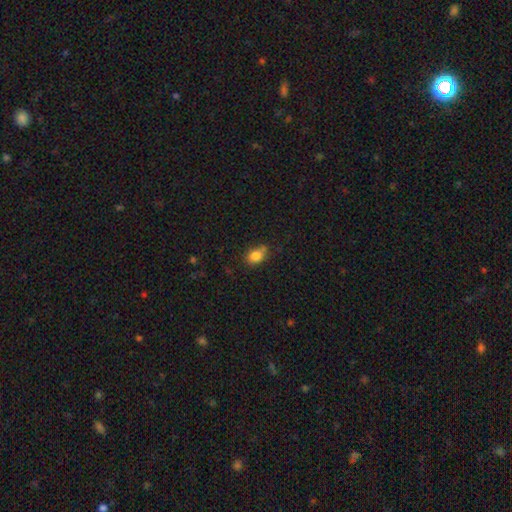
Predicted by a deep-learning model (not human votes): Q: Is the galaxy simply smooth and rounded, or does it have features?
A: smooth — 83%.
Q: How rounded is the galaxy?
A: in between — 68%.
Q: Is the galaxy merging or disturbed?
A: none — 63%.